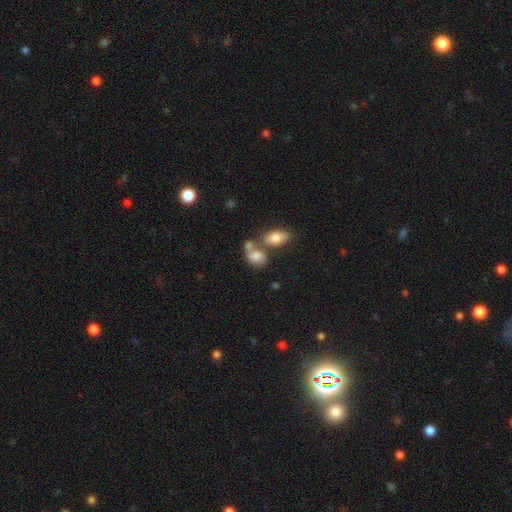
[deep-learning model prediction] Smooth or featured? Predicted: smooth (p=0.74). How rounded? Predicted: in between (p=0.73). Merging? Predicted: merger (p=0.50).